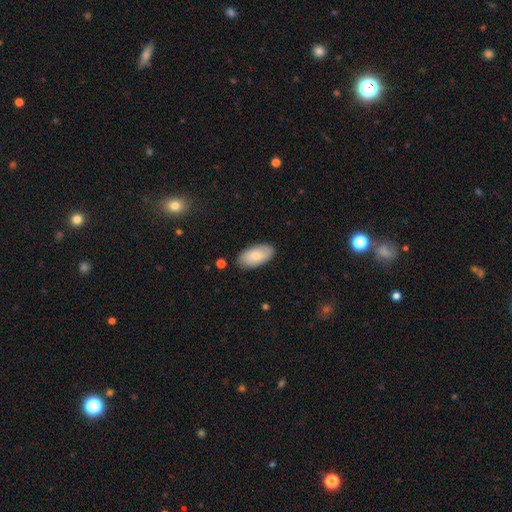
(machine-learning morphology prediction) A smooth galaxy with no disk features (76%) that is in between round and cigar-shaped (95%).

Vote fractions:
- Smooth or featured? smooth: 76% / featured or disk: 18% / star or artifact: 6%
- How rounded? in between: 95% / cigar-shaped: 3% / round: 2%
- Merging? none: 85% / minor disturbance: 11% / major disturbance: 2% / merger: 2%